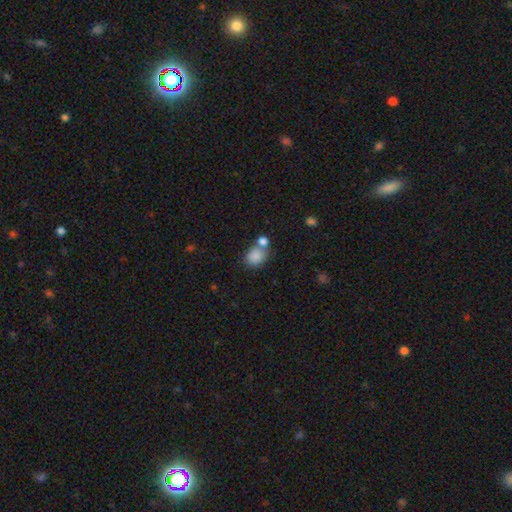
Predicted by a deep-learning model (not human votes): Smooth or featured? smooth (85%)
How rounded? round (52%)
Merging? none (50%)